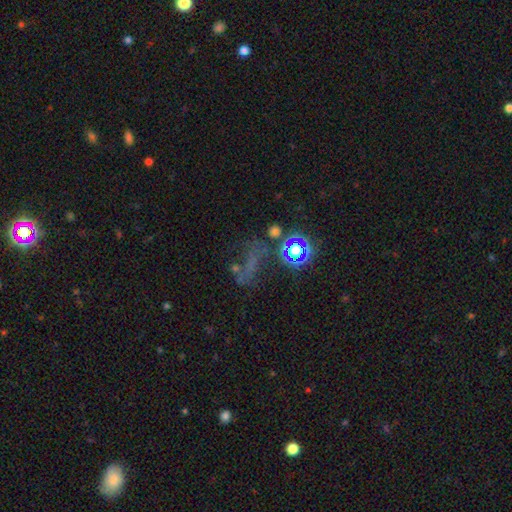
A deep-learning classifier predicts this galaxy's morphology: Overall: star or artifact (54%; smooth 24%).